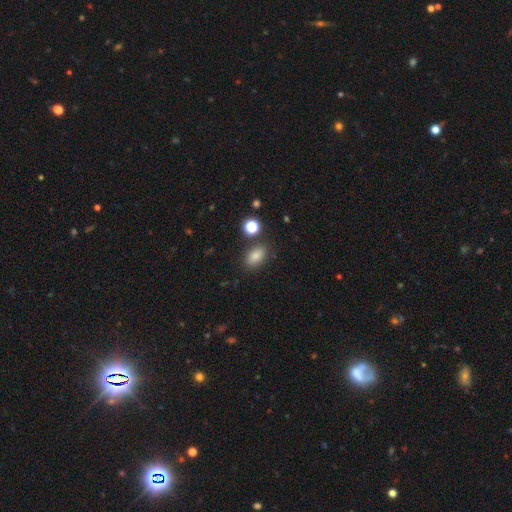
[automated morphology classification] Smooth or featured? Predicted: smooth (p=0.81). How rounded? Predicted: in between (p=0.83). Merging? Predicted: none (p=0.81).